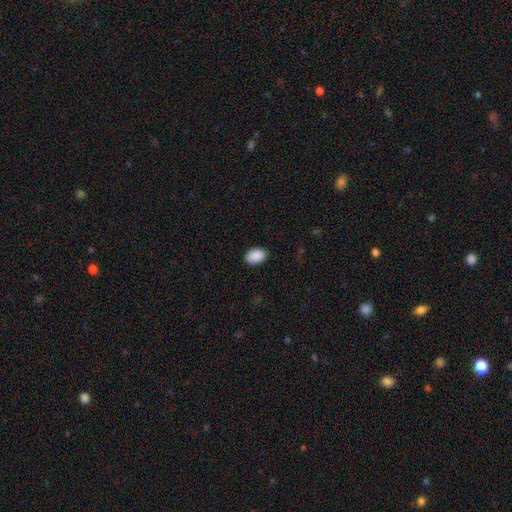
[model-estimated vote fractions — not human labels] smooth-or-featured: smooth: 91% | star or artifact: 7% | featured or disk: 2%
  how-rounded: in between: 86% | round: 13% | cigar-shaped: 1%
  merging: none: 88% | minor disturbance: 9% | major disturbance: 2% | merger: 1%